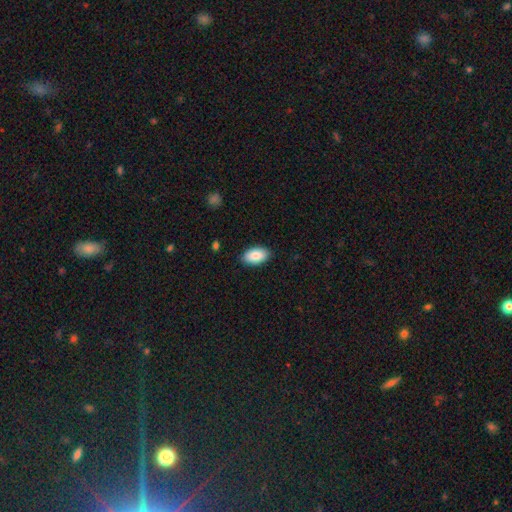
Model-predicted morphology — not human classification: smooth 87%, star or artifact 6%, featured or disk 6%. Down the decision tree: how rounded — in between (95%); merging — none (88%).